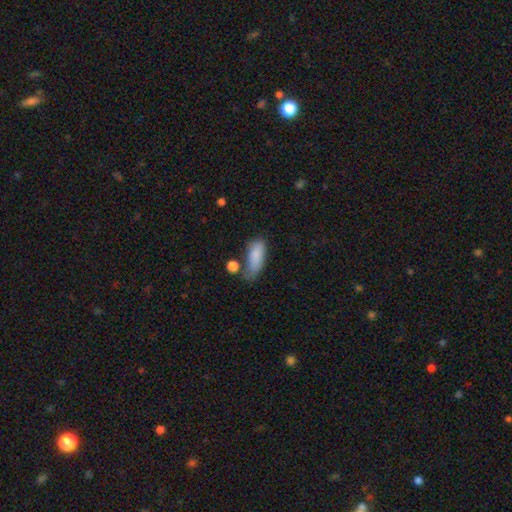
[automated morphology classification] type=smooth (85%); roundness=in between (76%); merging=none (47%).